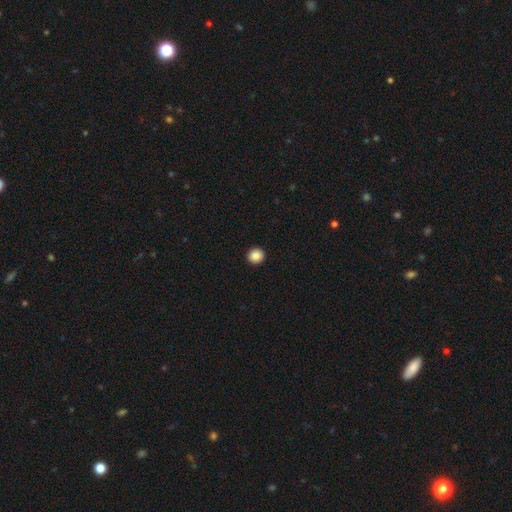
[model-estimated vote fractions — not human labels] smooth_or_featured: smooth (p=0.88) [alt: star or artifact p=0.09]
how_rounded: round (p=0.94) [alt: in between p=0.05]
merging: none (p=0.94) [alt: minor disturbance p=0.04]